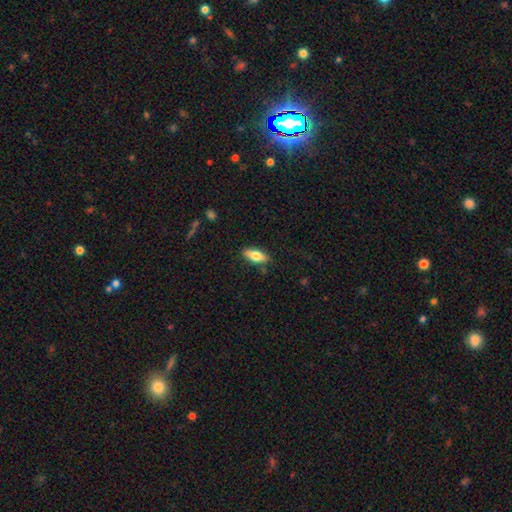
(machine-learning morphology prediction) This appears to be a smooth galaxy with no disk features (72%) that is in between round and cigar-shaped (76%). Merging: none (84%).